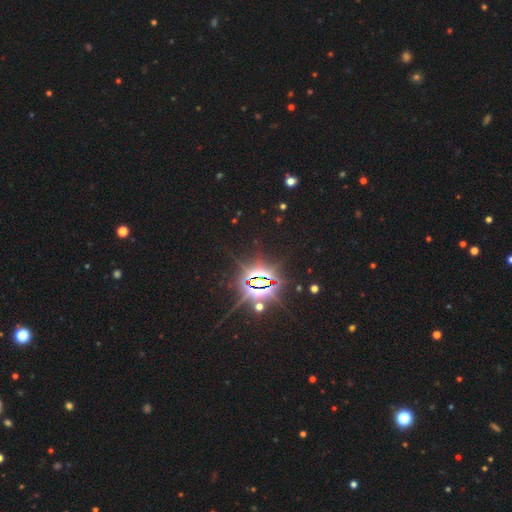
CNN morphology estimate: Q: Smooth or featured?
A: star or artifact (88%); runner-up: featured or disk (6%)